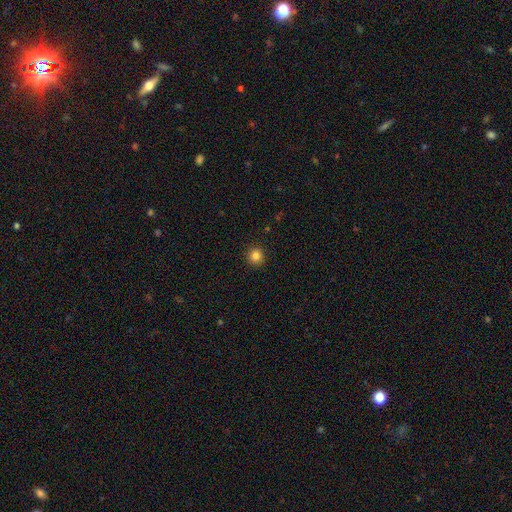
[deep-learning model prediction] Morphology: type=smooth (83%); roundness=round (95%); merging=none (93%).